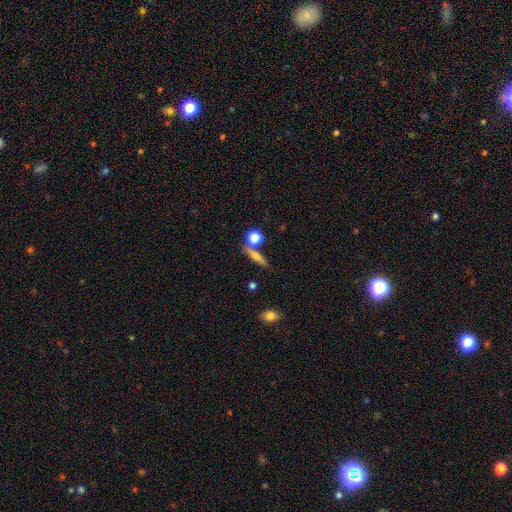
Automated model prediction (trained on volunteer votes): A smooth galaxy with no disk features (59%) that is cigar-shaped (68%).

Vote fractions:
- Smooth or featured? smooth: 59% / featured or disk: 31% / star or artifact: 10%
- How rounded? cigar-shaped: 68% / in between: 20% / round: 11%
- Merging? none: 70% / merger: 15% / minor disturbance: 11% / major disturbance: 4%